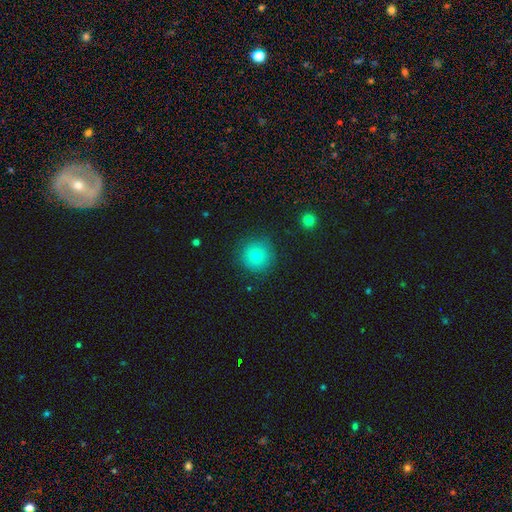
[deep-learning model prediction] smooth_or_featured: smooth (p=0.77) [alt: star or artifact p=0.12]
how_rounded: round (p=0.94) [alt: in between p=0.05]
merging: none (p=0.86) [alt: minor disturbance p=0.09]